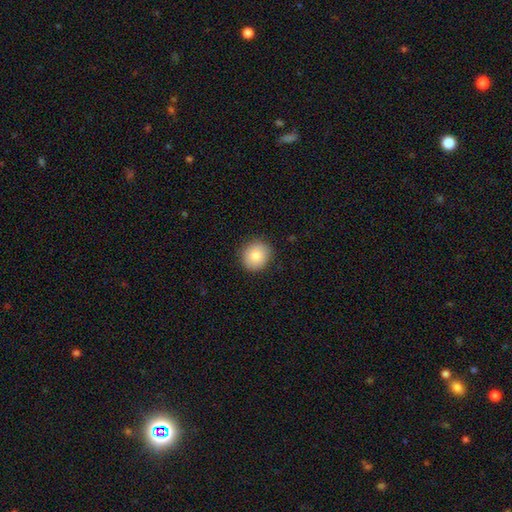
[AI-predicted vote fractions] The model was most divided on "how rounded": round: 83%, in between: 16%, cigar-shaped: 1%. More confident: merging — none (89%); smooth or featured — smooth (84%).